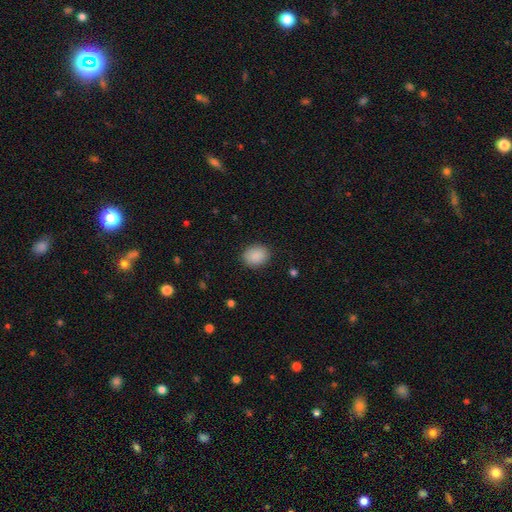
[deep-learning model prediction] Overall: smooth (89%). How rounded: in between (51%; round 48%). Merging: none (88%).